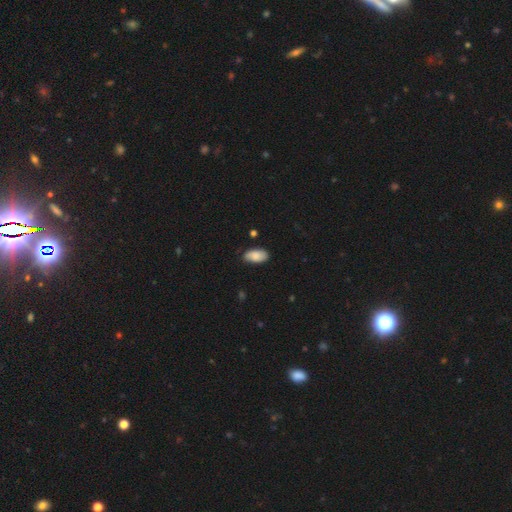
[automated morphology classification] smooth-or-featured: smooth: 86% | featured or disk: 8% | star or artifact: 6%
  how-rounded: in between: 95% | cigar-shaped: 3% | round: 3%
  merging: none: 78% | minor disturbance: 18% | major disturbance: 3% | merger: 1%